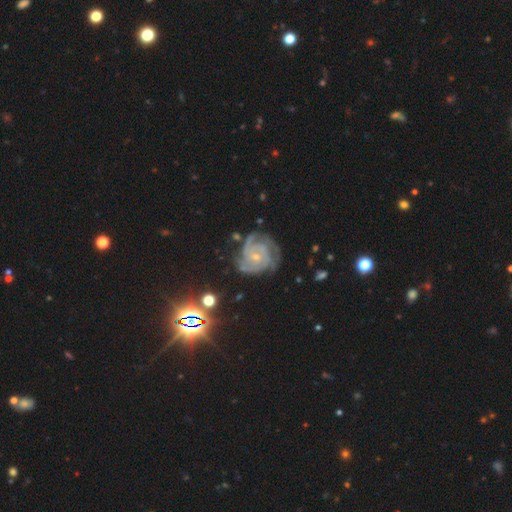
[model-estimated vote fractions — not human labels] Morphology: type=featured or disk (88%); edge-on=no (98%); bar=no (72%); spiral arms=yes (98%); winding=tight (65%); arm count=3 (42%); bulge=small (73%); merging=none (66%).